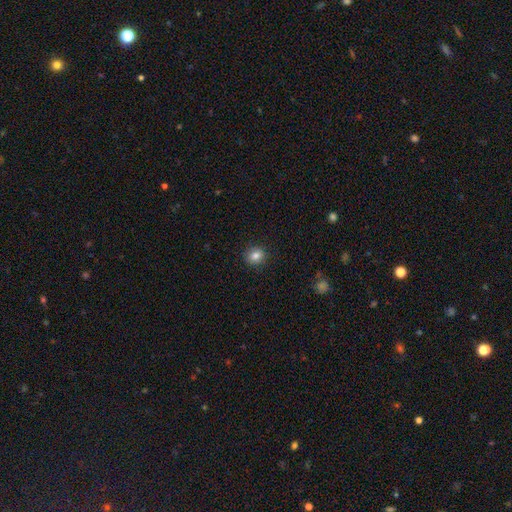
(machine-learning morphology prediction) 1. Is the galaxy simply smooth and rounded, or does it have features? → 83% smooth, 11% star or artifact, 6% featured or disk.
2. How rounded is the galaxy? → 79% round, 20% in between, 1% cigar-shaped.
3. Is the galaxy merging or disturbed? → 90% none, 7% minor disturbance, 2% major disturbance, 1% merger.